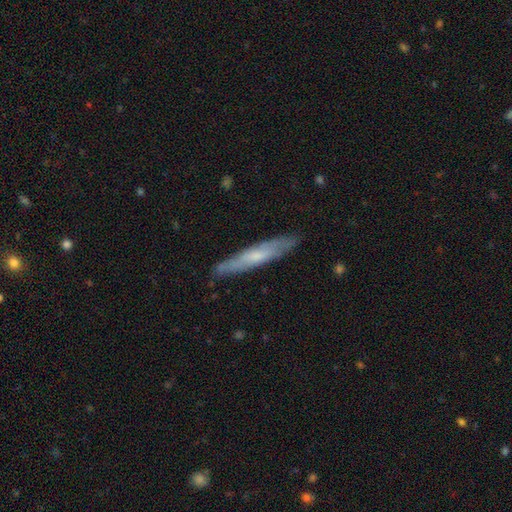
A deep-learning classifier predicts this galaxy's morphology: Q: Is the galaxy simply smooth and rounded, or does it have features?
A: smooth — 47%, tied with featured or disk.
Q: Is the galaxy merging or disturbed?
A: none — 84%.